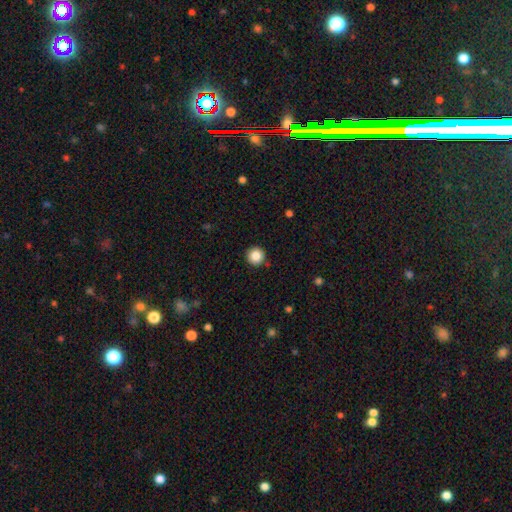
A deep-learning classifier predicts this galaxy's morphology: This appears to be a smooth galaxy with no disk features (85%) that is round (96%). Merging: none (91%).